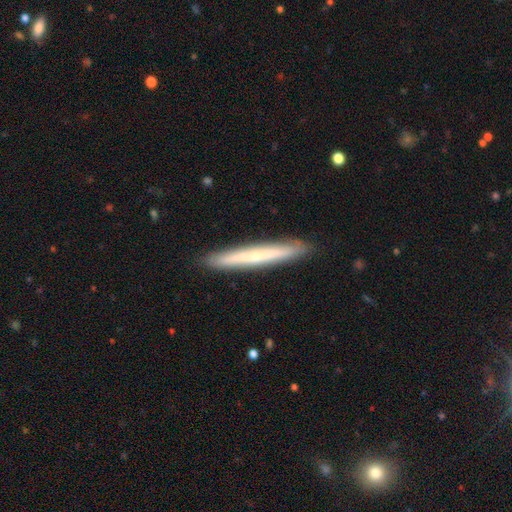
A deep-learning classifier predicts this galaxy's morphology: Q: Smooth or featured?
A: smooth (48%); runner-up: featured or disk (46%)
Q: Merging?
A: none (91%); runner-up: minor disturbance (6%)